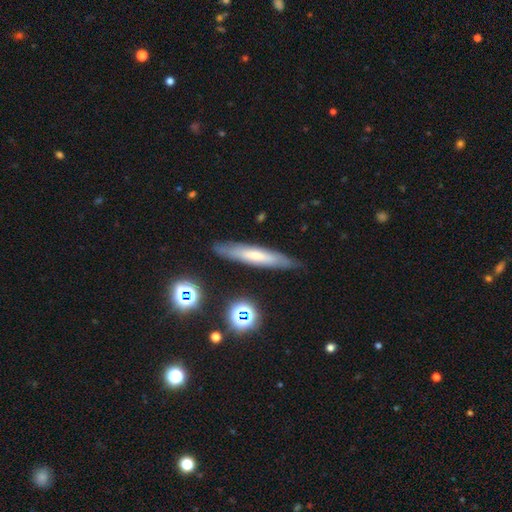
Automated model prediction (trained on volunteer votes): Smooth or featured? smooth (53%)
How rounded? cigar-shaped (87%)
Merging? none (85%)